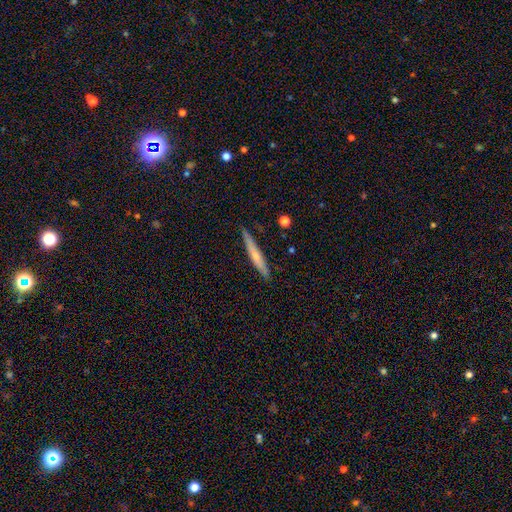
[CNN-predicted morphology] smooth 52%, featured or disk 42%, star or artifact 6%. Down the decision tree: how rounded — cigar-shaped (95%); merging — none (87%).